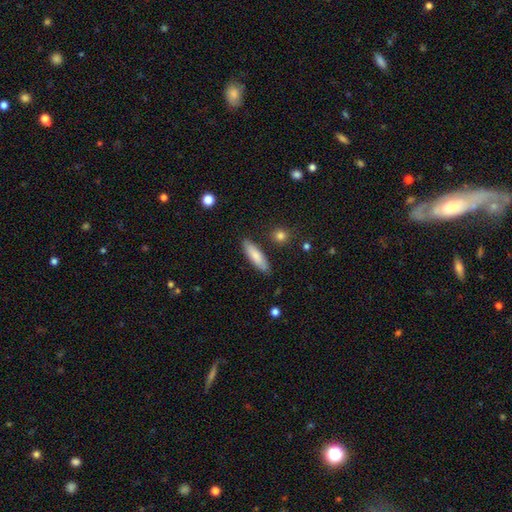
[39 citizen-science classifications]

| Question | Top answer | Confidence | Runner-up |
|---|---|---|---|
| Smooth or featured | smooth | 79% | featured or disk (18%) |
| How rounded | cigar-shaped | 65% | in between (35%) |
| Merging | none | 89% | minor disturbance (5%) |